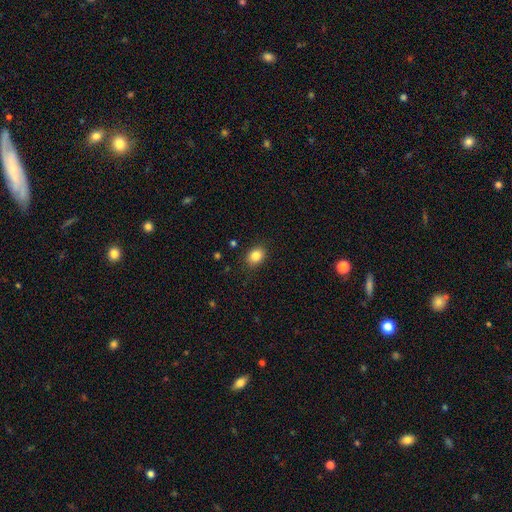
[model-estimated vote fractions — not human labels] Morphology: type=smooth (84%); roundness=in between (55%); merging=none (87%).